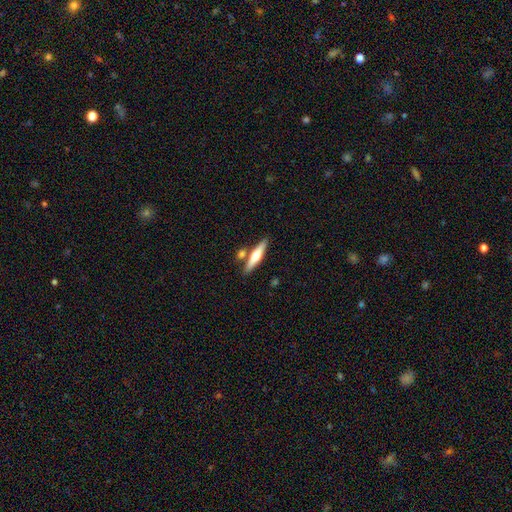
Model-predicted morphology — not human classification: Smooth or featured?
  - featured or disk: 52% *
  - smooth: 43%
  - star or artifact: 5%
Edge-on disk?
  - yes: 95% *
  - no: 5%
Merging?
  - none: 76% *
  - merger: 13%
  - minor disturbance: 9%
  - major disturbance: 2%